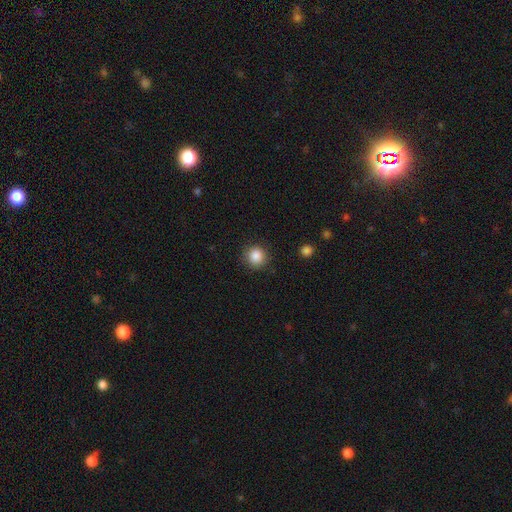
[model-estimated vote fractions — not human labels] The model was most divided on "smooth or featured": smooth: 86%, star or artifact: 10%, featured or disk: 4%. More confident: how rounded — round (93%); merging — none (89%).